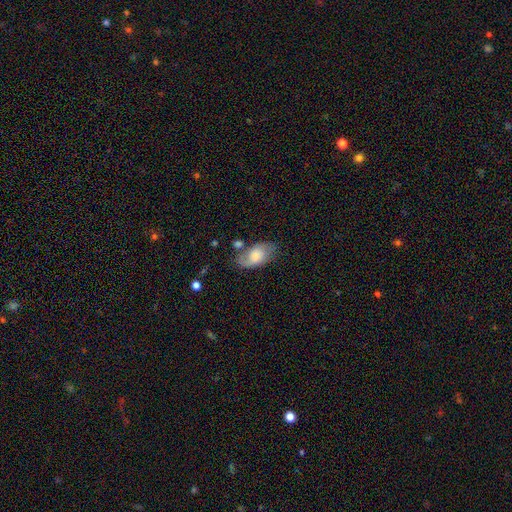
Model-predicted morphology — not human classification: Smooth or featured?
  - smooth: 49% *
  - featured or disk: 44%
  - star or artifact: 7%
Merging?
  - none: 55% *
  - minor disturbance: 25%
  - major disturbance: 11%
  - merger: 9%